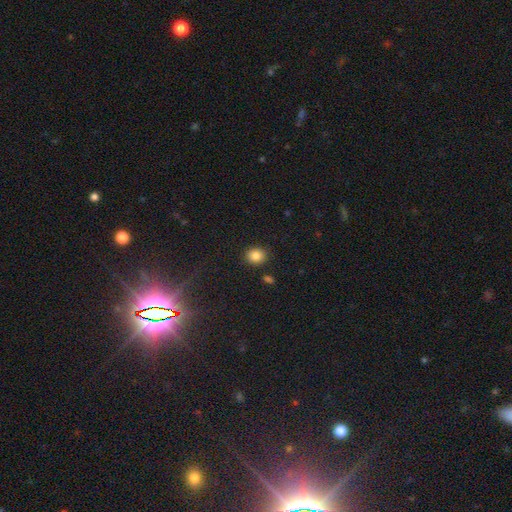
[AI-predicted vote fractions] Smooth or featured?
  - smooth: 85% *
  - star or artifact: 10%
  - featured or disk: 5%
How rounded?
  - round: 70% *
  - in between: 30%
  - cigar-shaped: 1%
Merging?
  - none: 86% *
  - minor disturbance: 8%
  - merger: 3%
  - major disturbance: 2%